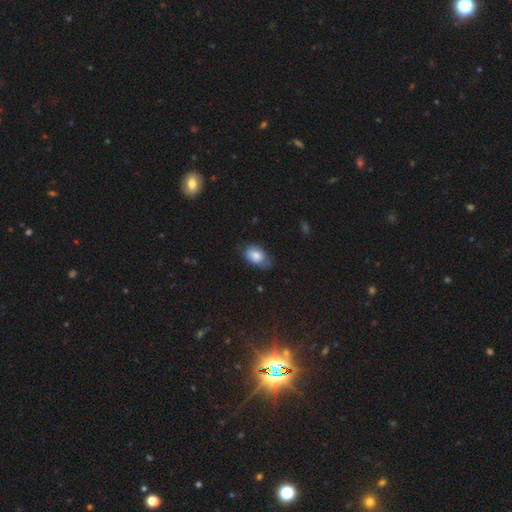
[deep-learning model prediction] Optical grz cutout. It shows a smooth galaxy with no disk features (79%) that is in between round and cigar-shaped (87%). Merging: none (59%).